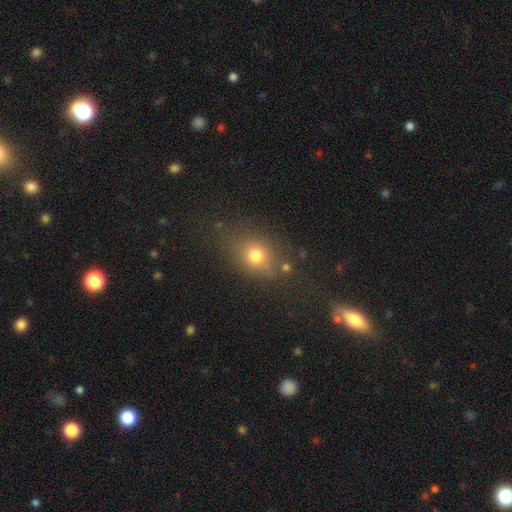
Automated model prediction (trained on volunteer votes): This appears to be a smooth galaxy with no disk features (71%) that is round (52%). Merging: none (72%).